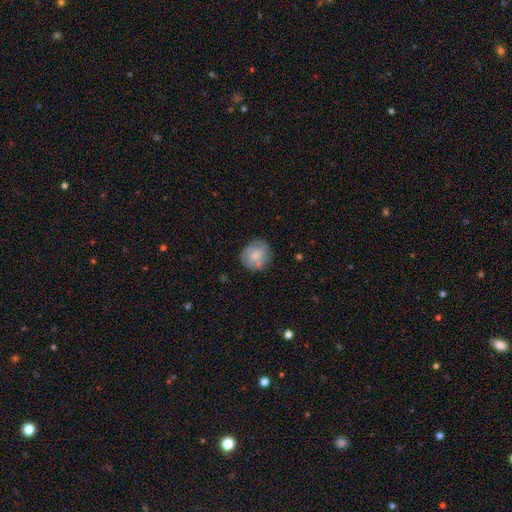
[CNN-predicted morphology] smooth-or-featured: smooth: 66% | featured or disk: 26% | star or artifact: 7%
  how-rounded: round: 83% | in between: 16% | cigar-shaped: 1%
  merging: none: 73% | minor disturbance: 19% | major disturbance: 5% | merger: 3%